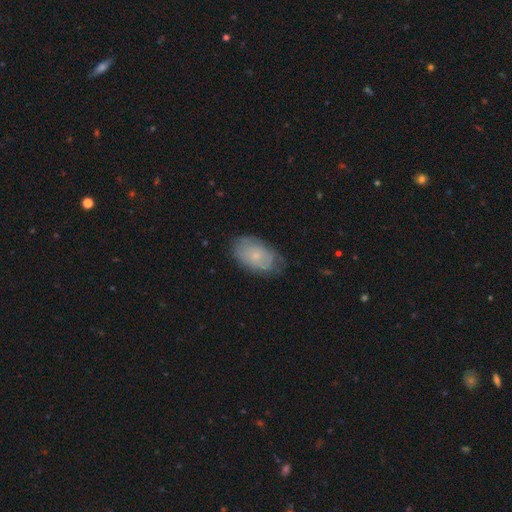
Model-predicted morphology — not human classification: A smooth galaxy with no disk features (59%) that is in between round and cigar-shaped (90%).

Vote fractions:
- Smooth or featured? smooth: 59% / featured or disk: 34% / star or artifact: 7%
- How rounded? in between: 90% / round: 8% / cigar-shaped: 1%
- Merging? none: 68% / minor disturbance: 24% / major disturbance: 7% / merger: 1%